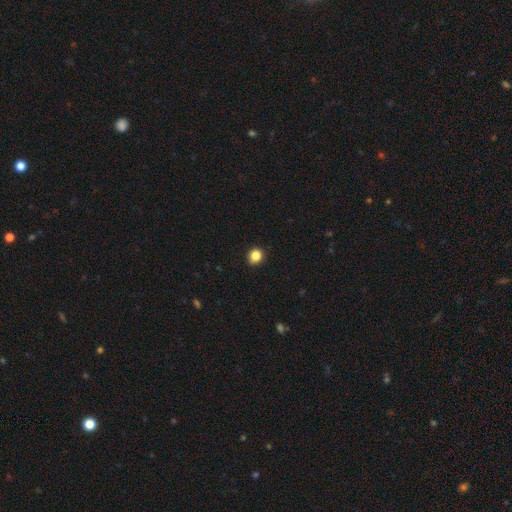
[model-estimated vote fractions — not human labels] smooth_or_featured: smooth (p=0.85) [alt: star or artifact p=0.11]
how_rounded: round (p=0.80) [alt: in between p=0.19]
merging: none (p=0.89) [alt: minor disturbance p=0.08]